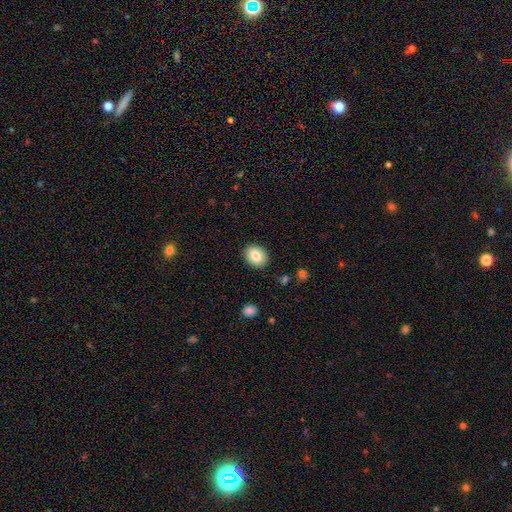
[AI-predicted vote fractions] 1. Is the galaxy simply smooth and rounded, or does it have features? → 85% smooth, 8% star or artifact, 8% featured or disk.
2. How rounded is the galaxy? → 61% in between, 38% round, 1% cigar-shaped.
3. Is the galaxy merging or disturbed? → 89% none, 8% minor disturbance, 2% major disturbance, 1% merger.